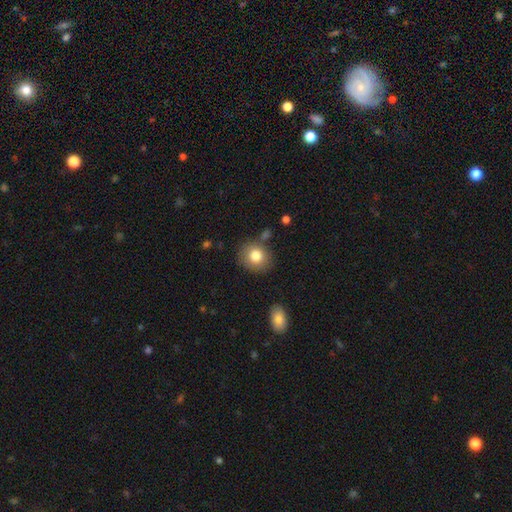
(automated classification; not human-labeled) A smooth galaxy with no disk features (81%) that is round (74%). Merging: none (79%).